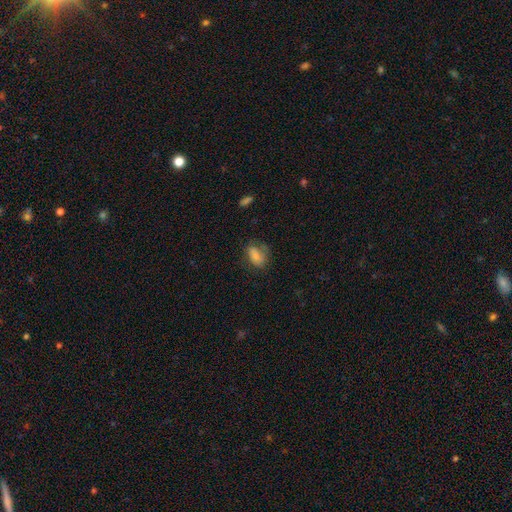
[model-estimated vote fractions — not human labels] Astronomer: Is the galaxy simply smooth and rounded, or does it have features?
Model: smooth — 70%.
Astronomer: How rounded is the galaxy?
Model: in between — 83%.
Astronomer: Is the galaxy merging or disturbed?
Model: none — 56%.